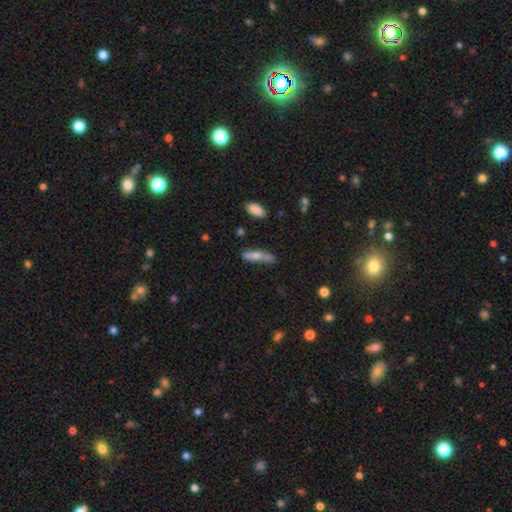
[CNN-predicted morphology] A smooth galaxy with no disk features (65%) that is cigar-shaped (73%). Merging: none (66%).